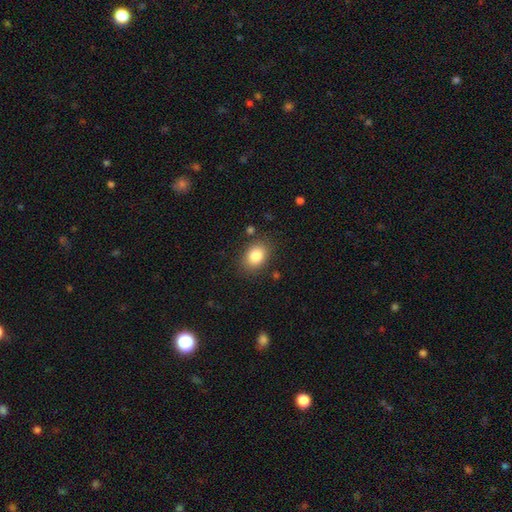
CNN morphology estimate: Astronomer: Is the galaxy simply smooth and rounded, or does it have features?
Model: smooth — 84%.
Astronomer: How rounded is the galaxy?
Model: in between — 67%.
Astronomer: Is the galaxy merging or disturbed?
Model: none — 83%.